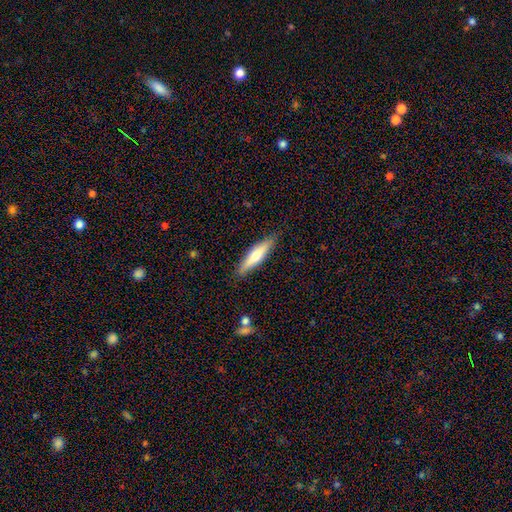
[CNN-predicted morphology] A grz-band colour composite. It shows a smooth galaxy with no disk features (55%) that is cigar-shaped (80%). Merging: none (87%).